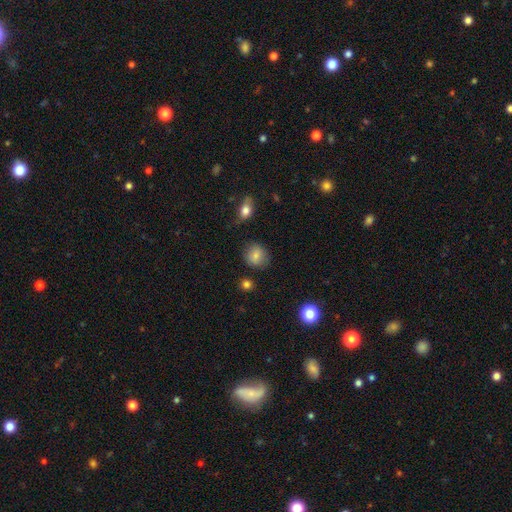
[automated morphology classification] Overall: smooth (81%). How rounded: round (77%). Merging: none (81%).